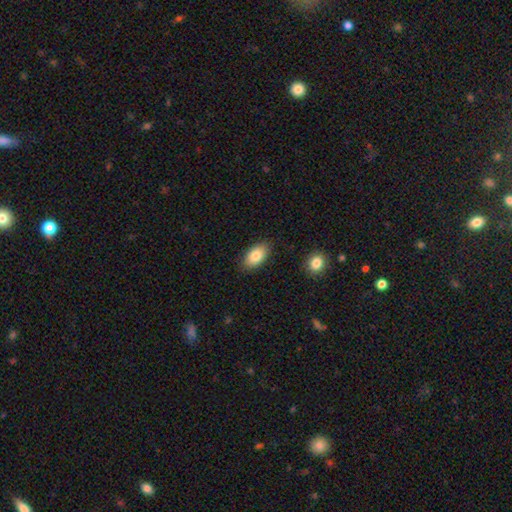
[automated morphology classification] smooth 84%, featured or disk 10%, star or artifact 7%. Down the decision tree: how rounded — in between (93%); merging — none (85%).